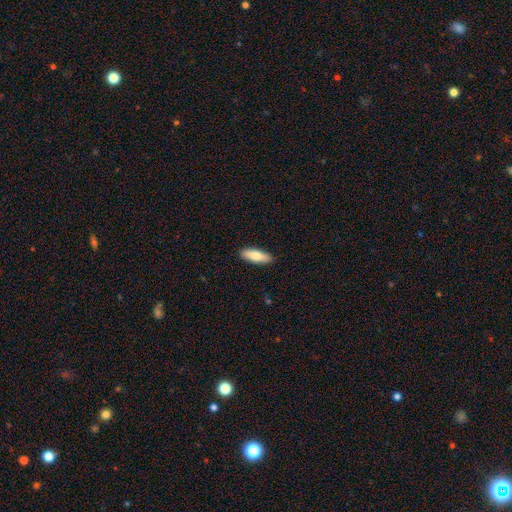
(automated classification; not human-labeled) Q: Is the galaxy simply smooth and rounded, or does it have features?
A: smooth — 81%.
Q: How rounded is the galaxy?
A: in between — 57%.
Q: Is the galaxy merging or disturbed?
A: none — 89%.